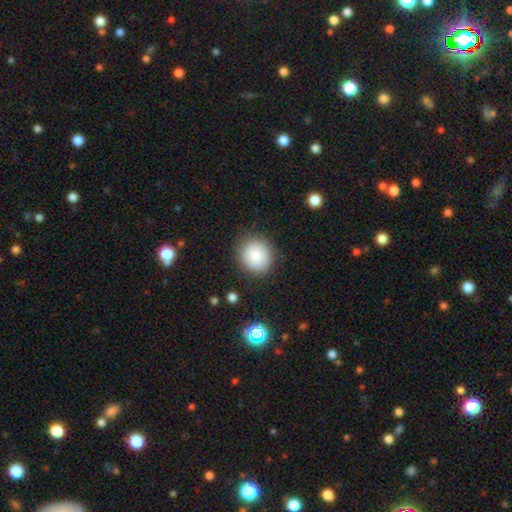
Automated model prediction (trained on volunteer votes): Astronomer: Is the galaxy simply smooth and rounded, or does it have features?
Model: smooth — 83%.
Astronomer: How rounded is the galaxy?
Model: round — 81%.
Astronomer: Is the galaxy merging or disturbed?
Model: none — 84%.